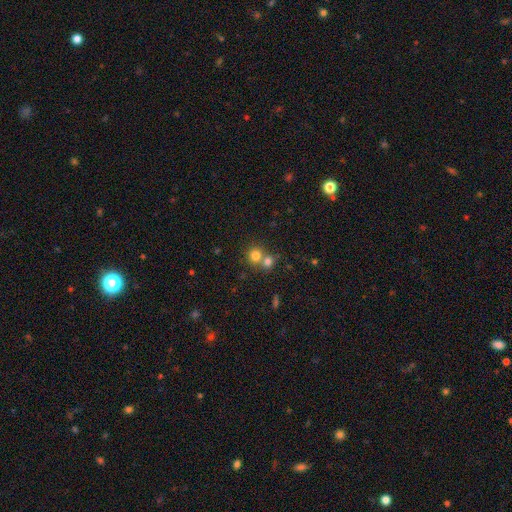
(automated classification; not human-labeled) This appears to be a smooth galaxy with no disk features (79%) that is round (84%). Merging: merger (48%).